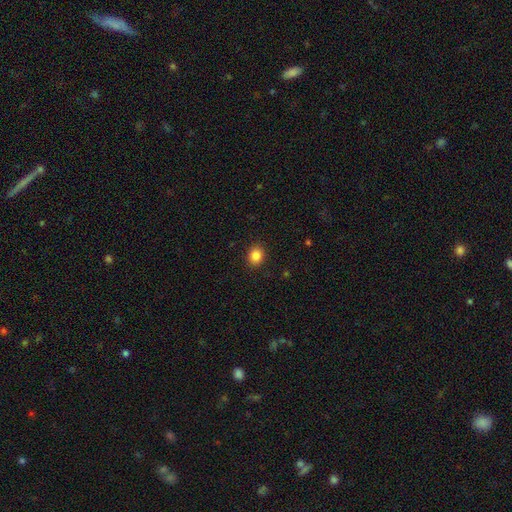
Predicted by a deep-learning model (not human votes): Smooth or featured? smooth (86%)
How rounded? round (65%)
Merging? none (90%)